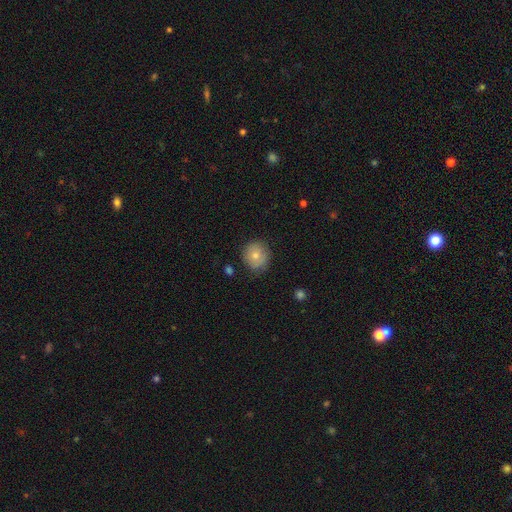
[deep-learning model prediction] Overall: smooth (75%). How rounded: round (87%). Merging: none (79%).